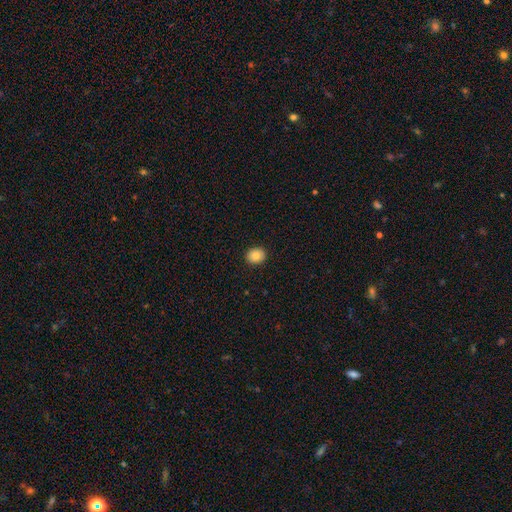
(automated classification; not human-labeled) This is clearly a smooth galaxy (84%). How rounded: likely round (65%). Merging: clearly none (91%).